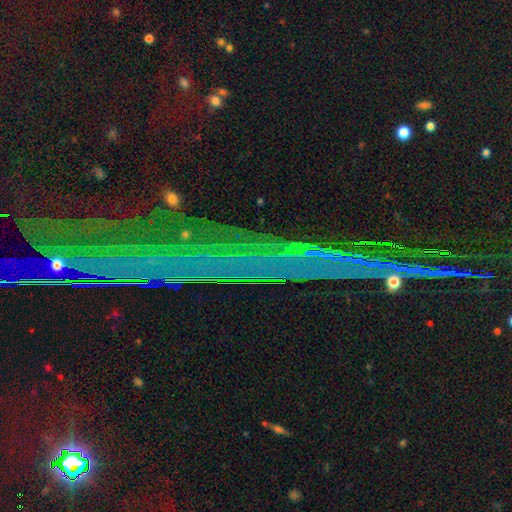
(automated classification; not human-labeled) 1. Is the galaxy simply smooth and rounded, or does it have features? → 84% star or artifact, 9% featured or disk, 7% smooth.